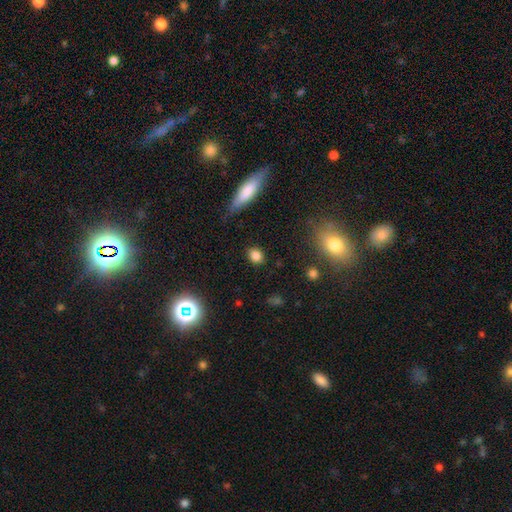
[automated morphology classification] type=smooth (82%); roundness=in between (50%); merging=none (85%).